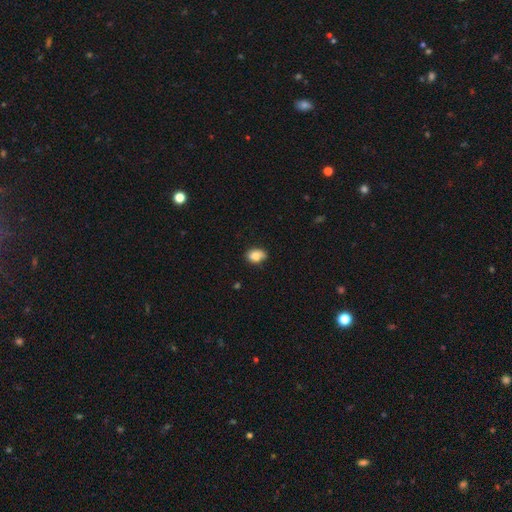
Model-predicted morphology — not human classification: Smooth or featured? smooth (81%)
How rounded? in between (68%)
Merging? none (55%)